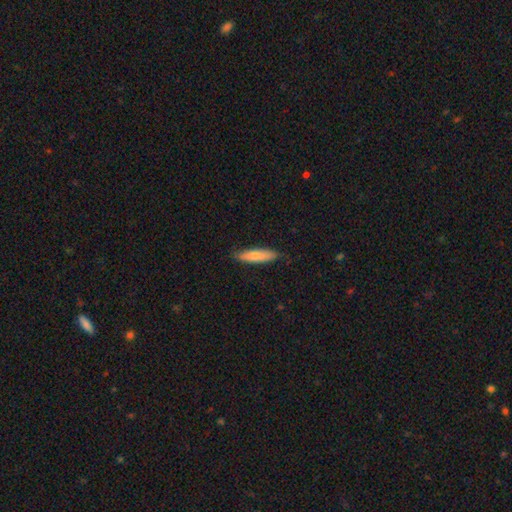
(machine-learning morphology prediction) smooth-or-featured: smooth: 78% | featured or disk: 17% | star or artifact: 5%
  how-rounded: cigar-shaped: 75% | in between: 23% | round: 1%
  merging: none: 83% | minor disturbance: 14% | major disturbance: 2% | merger: 1%